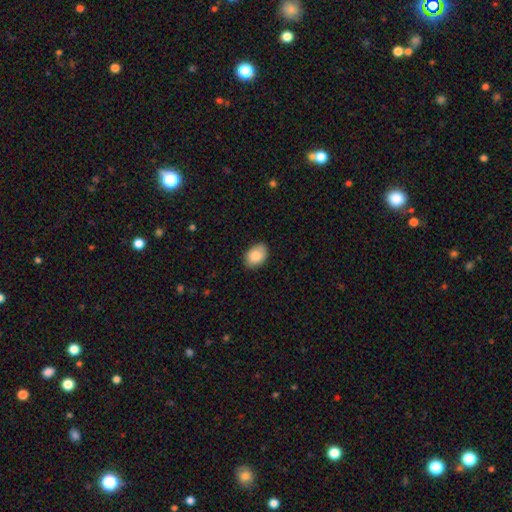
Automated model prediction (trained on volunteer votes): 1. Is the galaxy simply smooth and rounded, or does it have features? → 85% smooth, 8% featured or disk, 7% star or artifact.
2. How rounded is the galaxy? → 78% in between, 21% round, 1% cigar-shaped.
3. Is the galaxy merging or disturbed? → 83% none, 14% minor disturbance, 2% major disturbance, 1% merger.